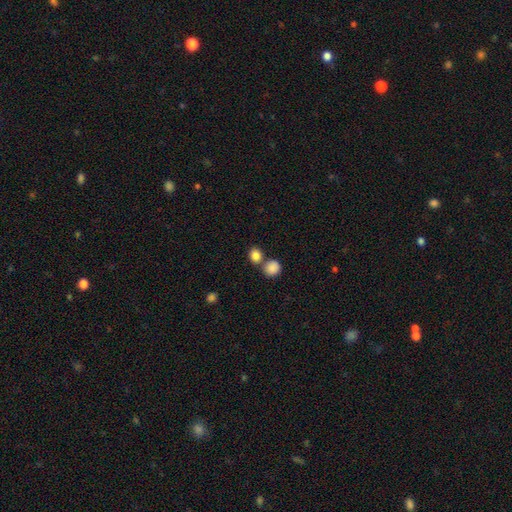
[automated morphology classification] Smooth or featured?
  - smooth: 85% *
  - star or artifact: 10%
  - featured or disk: 5%
How rounded?
  - round: 65% *
  - in between: 34%
  - cigar-shaped: 1%
Merging?
  - none: 56% *
  - merger: 32%
  - minor disturbance: 9%
  - major disturbance: 3%